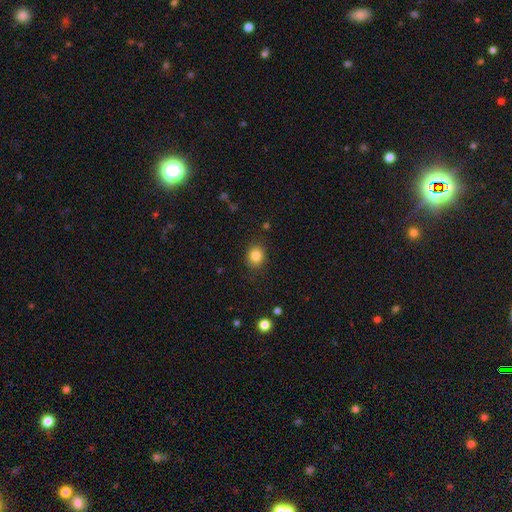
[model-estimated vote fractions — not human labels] Q: Smooth or featured?
A: smooth (84%); runner-up: star or artifact (10%)
Q: How rounded?
A: round (71%); runner-up: in between (28%)
Q: Merging?
A: none (87%); runner-up: minor disturbance (9%)